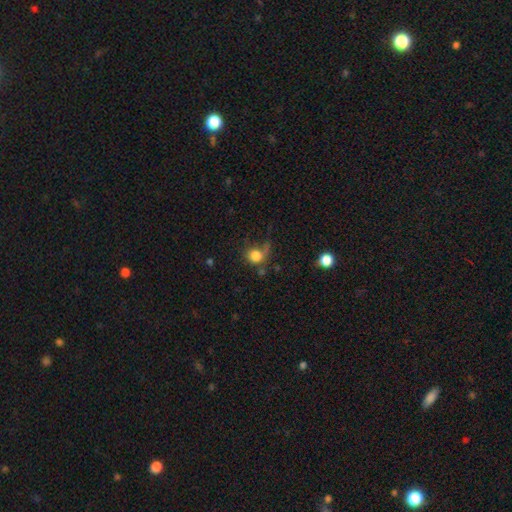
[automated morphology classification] The model was most divided on "merging": none: 41%, major disturbance: 29%, minor disturbance: 22%, merger: 7%. More confident: how rounded — round (81%); smooth or featured — smooth (77%).